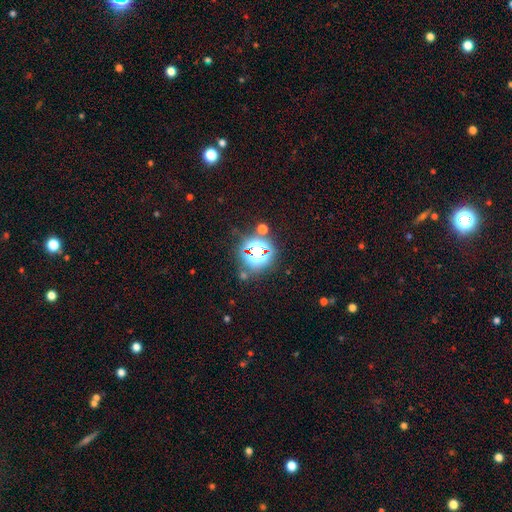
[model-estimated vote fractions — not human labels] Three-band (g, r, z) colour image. It shows a star or artifact, not a galaxy (80%).